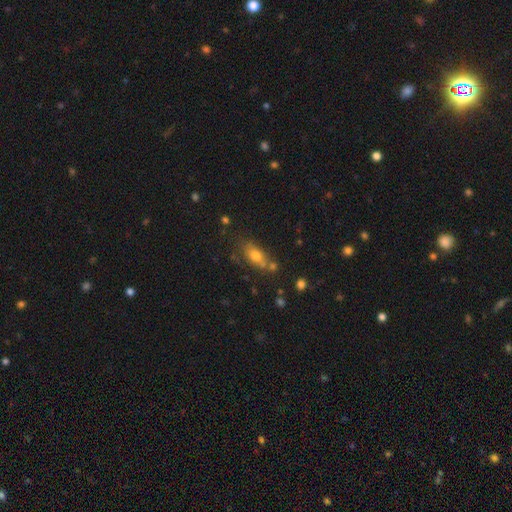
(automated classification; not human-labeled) Smooth or featured? Predicted: smooth (p=0.67). How rounded? Predicted: in between (p=0.73). Merging? Predicted: none (p=0.58).